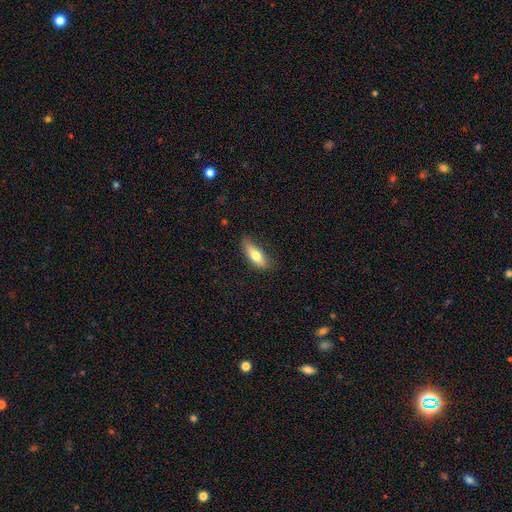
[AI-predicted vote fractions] This appears to be a smooth galaxy with no disk features (73%) that is in between round and cigar-shaped (66%). Merging: none (73%).